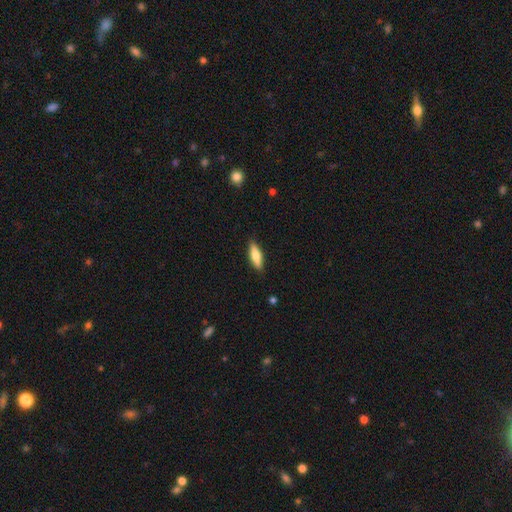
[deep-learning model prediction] This appears to be a smooth galaxy with no disk features (71%) that is cigar-shaped (54%). Merging: none (88%).